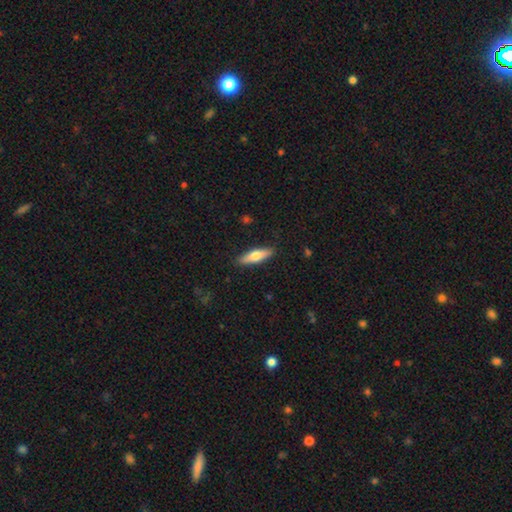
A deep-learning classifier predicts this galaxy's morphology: This appears to be a smooth galaxy with no disk features (63%) that is cigar-shaped (62%). Merging: none (88%).